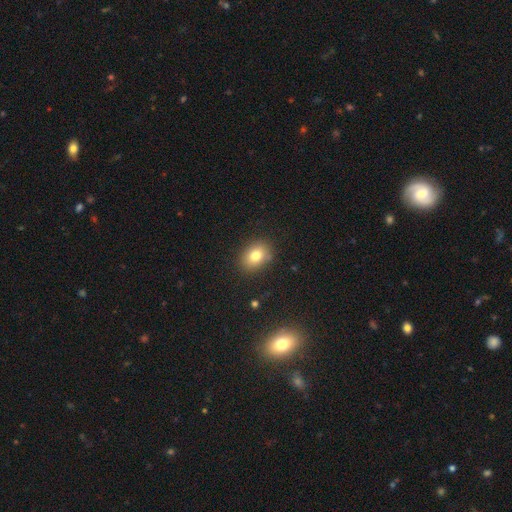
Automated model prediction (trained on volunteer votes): The model was most divided on "how rounded": in between: 67%, round: 32%, cigar-shaped: 1%. More confident: merging — none (83%); smooth or featured — smooth (79%).